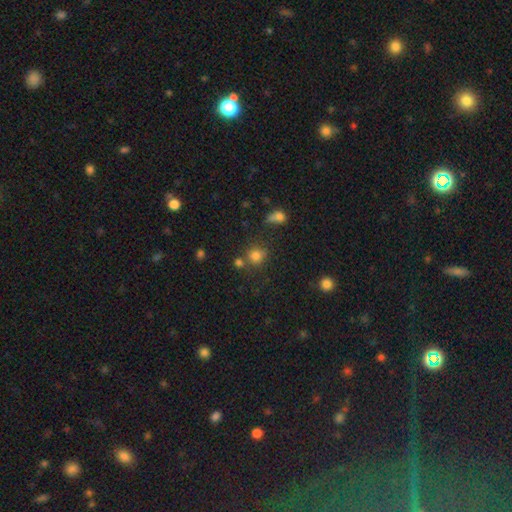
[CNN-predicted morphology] A smooth galaxy with no disk features (77%) that is round (86%).

Vote fractions:
- Smooth or featured? smooth: 77% / star or artifact: 16% / featured or disk: 7%
- How rounded? round: 86% / in between: 13% / cigar-shaped: 1%
- Merging? none: 63% / merger: 19% / minor disturbance: 12% / major disturbance: 6%